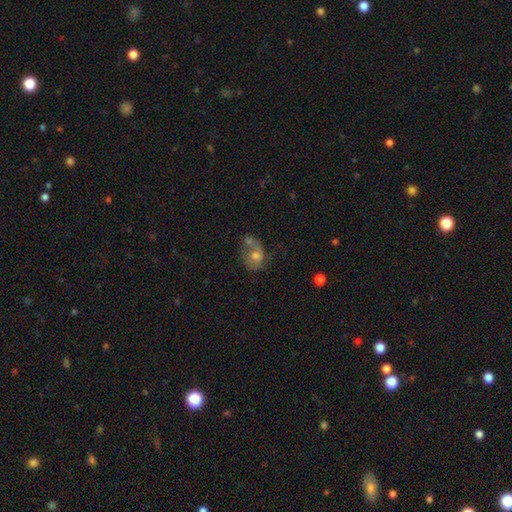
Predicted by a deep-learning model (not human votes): This appears to be a smooth galaxy with no disk features (44%). Merging: none (32%).